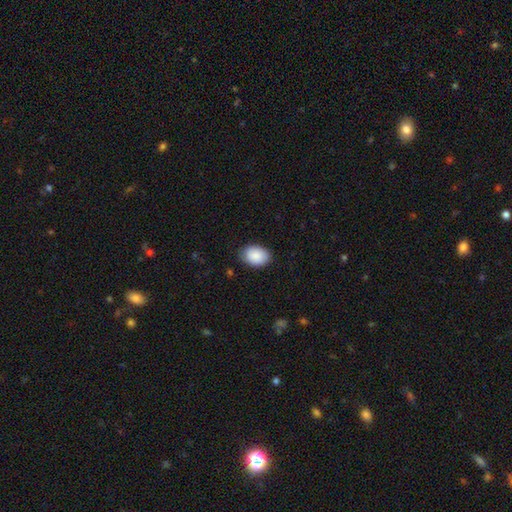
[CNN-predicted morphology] A smooth galaxy with no disk features (89%) that is in between round and cigar-shaped (79%).

Vote fractions:
- Smooth or featured? smooth: 89% / star or artifact: 6% / featured or disk: 4%
- How rounded? in between: 79% / round: 20% / cigar-shaped: 1%
- Merging? none: 84% / minor disturbance: 13% / major disturbance: 3% / merger: 1%